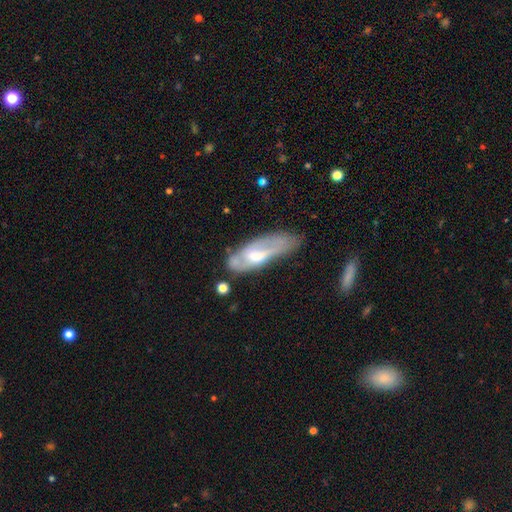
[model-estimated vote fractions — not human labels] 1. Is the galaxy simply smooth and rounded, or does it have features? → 51% featured or disk, 43% smooth, 6% star or artifact.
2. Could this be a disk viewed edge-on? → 77% no, 23% yes.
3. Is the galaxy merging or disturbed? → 46% none, 30% minor disturbance, 18% major disturbance, 6% merger.